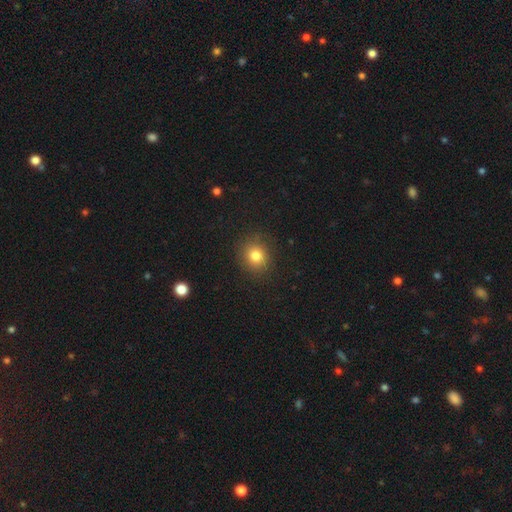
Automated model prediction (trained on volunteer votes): This appears to be a smooth galaxy with no disk features (81%) that is round (82%). Merging: none (87%).